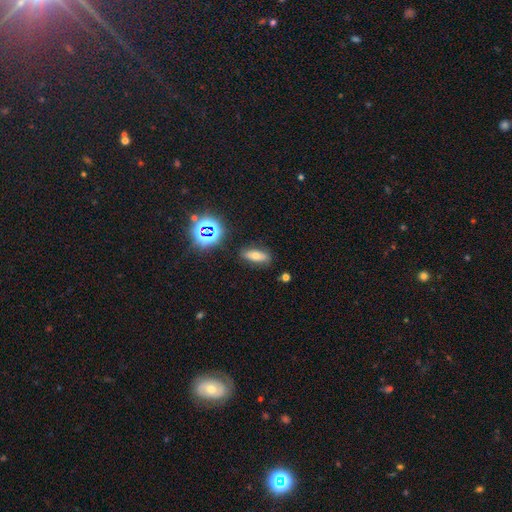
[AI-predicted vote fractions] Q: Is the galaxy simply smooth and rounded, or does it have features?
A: smooth — 56%.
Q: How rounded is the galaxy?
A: in between — 63%.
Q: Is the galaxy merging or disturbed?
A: none — 86%.